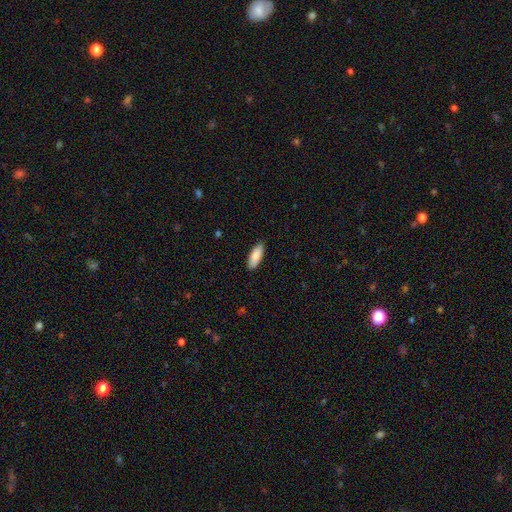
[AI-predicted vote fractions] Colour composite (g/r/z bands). It shows a smooth galaxy with no disk features (87%) that is in between round and cigar-shaped (71%). Merging: none (89%).